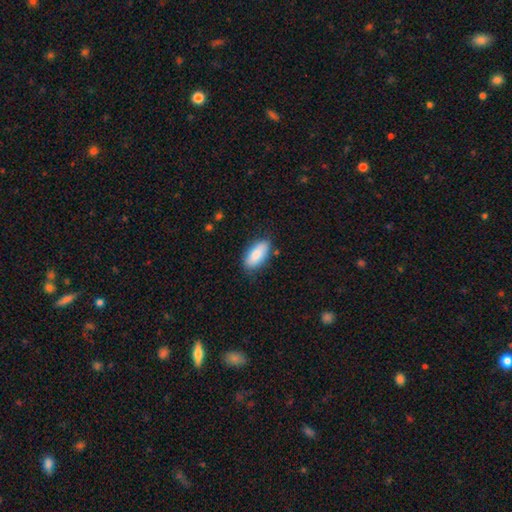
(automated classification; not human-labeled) Q: Smooth or featured?
A: smooth (86%); runner-up: featured or disk (8%)
Q: How rounded?
A: in between (89%); runner-up: cigar-shaped (8%)
Q: Merging?
A: none (80%); runner-up: minor disturbance (15%)